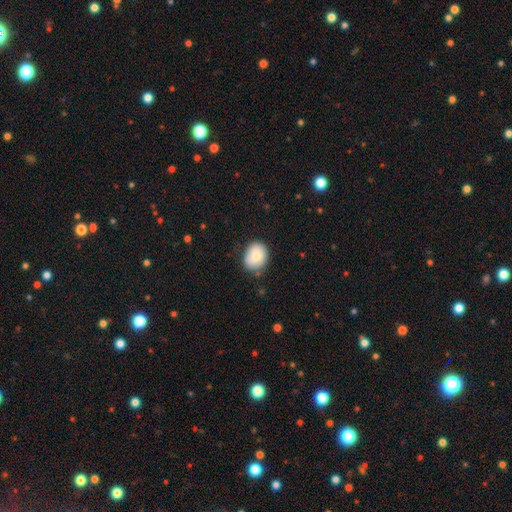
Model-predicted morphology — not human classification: Overall: smooth (79%). How rounded: round (51%; in between 48%). Merging: none (76%).